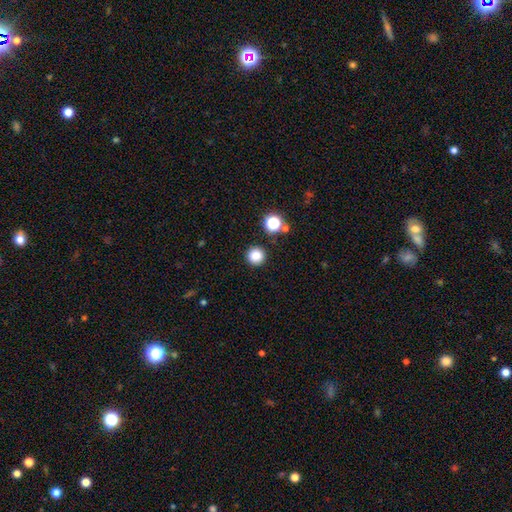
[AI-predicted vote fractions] A smooth galaxy with no disk features (83%) that is round (95%).

Vote fractions:
- Smooth or featured? smooth: 83% / star or artifact: 13% / featured or disk: 4%
- How rounded? round: 95% / in between: 4% / cigar-shaped: 1%
- Merging? none: 91% / minor disturbance: 5% / merger: 2% / major disturbance: 2%